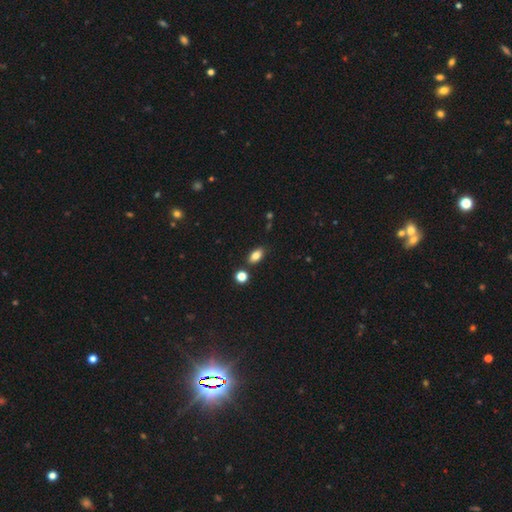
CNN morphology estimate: smooth 84%, star or artifact 10%, featured or disk 6%. Down the decision tree: how rounded — in between (88%); merging — none (82%).